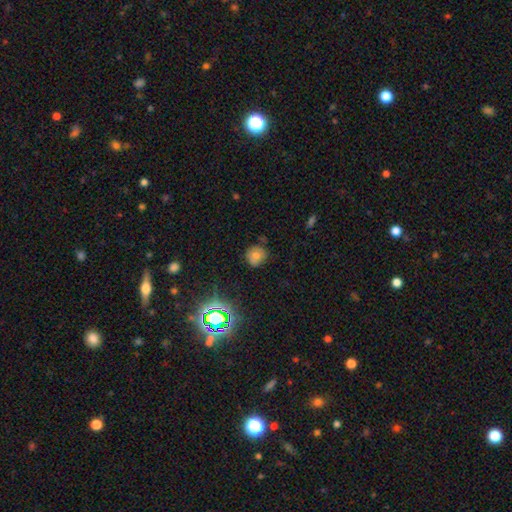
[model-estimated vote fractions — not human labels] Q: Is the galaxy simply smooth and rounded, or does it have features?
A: smooth — 67%.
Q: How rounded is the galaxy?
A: round — 87%.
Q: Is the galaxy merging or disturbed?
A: none — 75%.